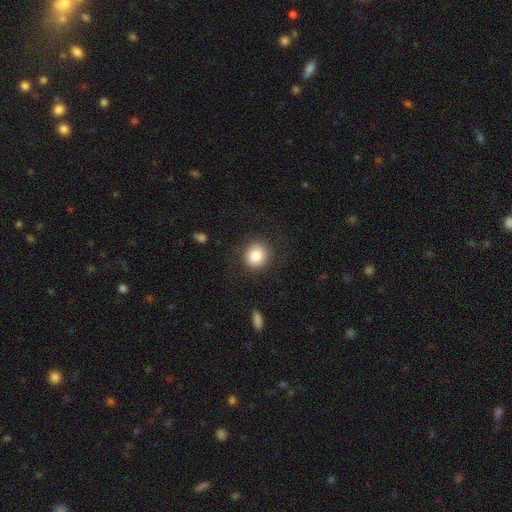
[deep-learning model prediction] This is clearly a smooth galaxy (84%). How rounded: clearly round (88%). Merging: clearly none (84%).